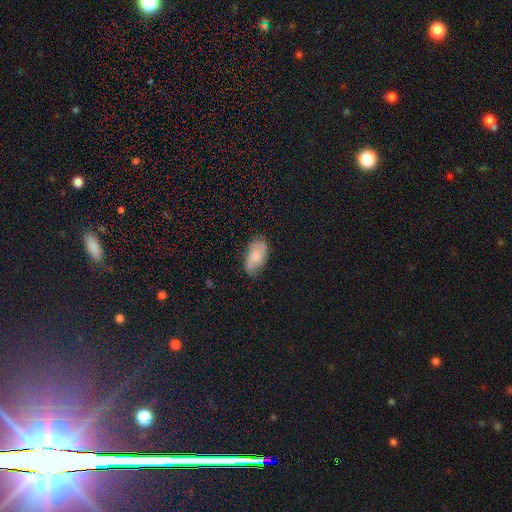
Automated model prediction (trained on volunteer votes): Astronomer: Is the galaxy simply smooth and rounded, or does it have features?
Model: smooth — 64%.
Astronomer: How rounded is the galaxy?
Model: in between — 93%.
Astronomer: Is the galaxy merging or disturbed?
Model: none — 68%.